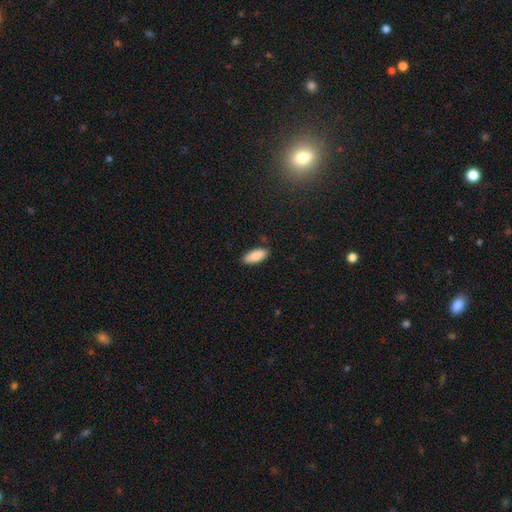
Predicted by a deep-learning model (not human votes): The model was most divided on "how rounded": in between: 84%, cigar-shaped: 15%, round: 2%. More confident: smooth or featured — smooth (88%); merging — none (87%).